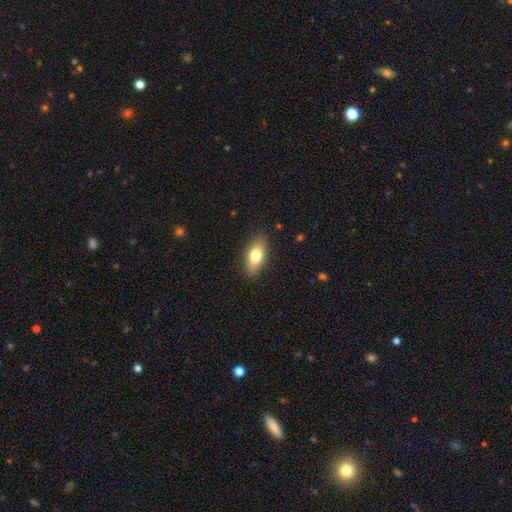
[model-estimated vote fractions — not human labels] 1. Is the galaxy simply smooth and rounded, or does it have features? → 74% smooth, 19% featured or disk, 7% star or artifact.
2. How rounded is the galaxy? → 84% in between, 11% cigar-shaped, 5% round.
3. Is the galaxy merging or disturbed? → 86% none, 10% minor disturbance, 2% major disturbance, 1% merger.